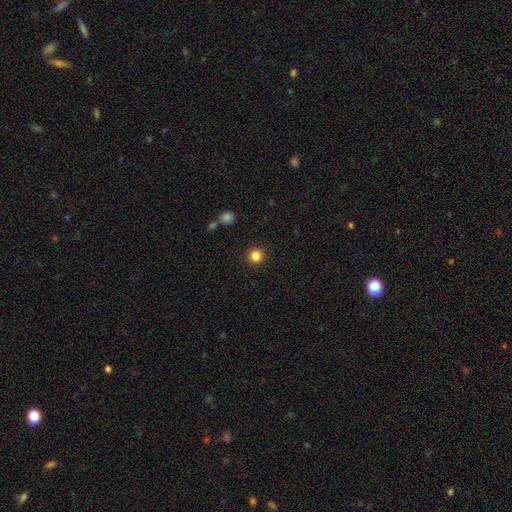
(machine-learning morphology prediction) Overall: smooth (84%). How rounded: round (94%). Merging: none (91%).